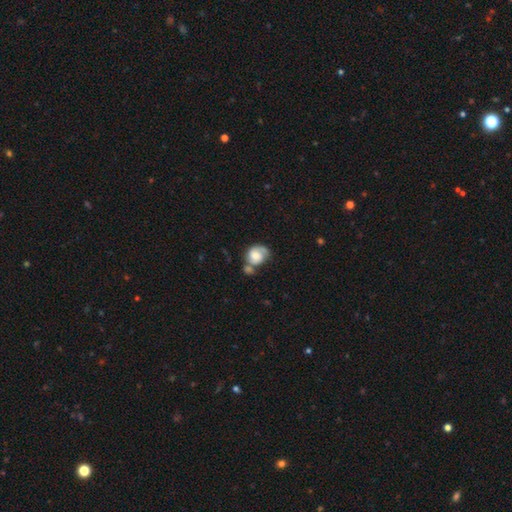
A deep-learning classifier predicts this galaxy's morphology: A smooth galaxy with no disk features (50%). Merging: none (32%, tied with merger).